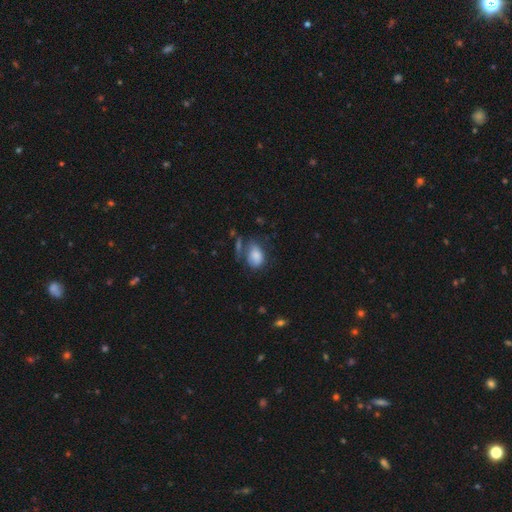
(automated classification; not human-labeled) Smooth or featured? Predicted: smooth (p=0.79). How rounded? Predicted: in between (p=0.82). Merging? Predicted: none (p=0.42).